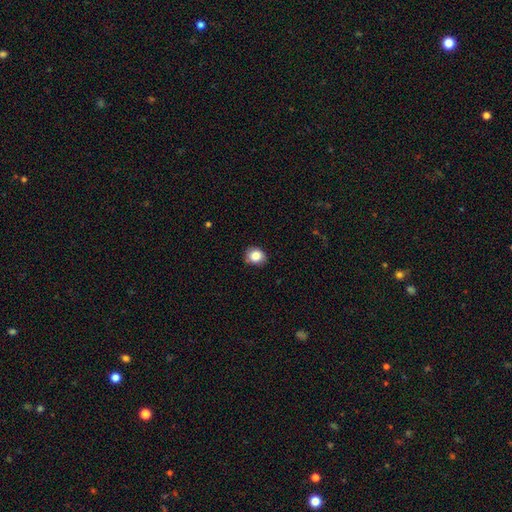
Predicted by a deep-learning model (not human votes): Smooth or featured? smooth (85%)
How rounded? round (70%)
Merging? none (81%)